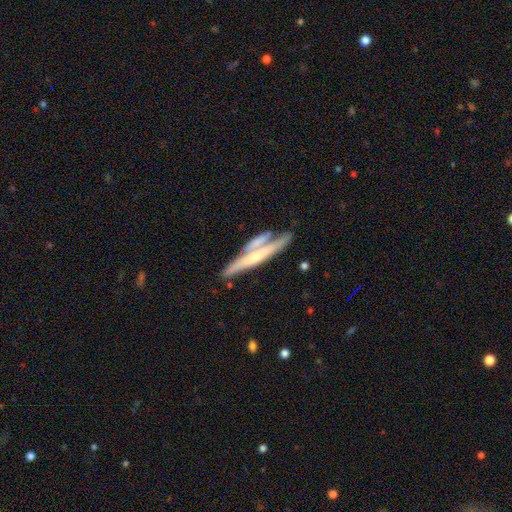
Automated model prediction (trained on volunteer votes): Overall: featured or disk (61%; smooth 33%). Edge-on disk: yes (84%). Edge-on bulge: rounded (53%; none 37%). Merging: none (44%; merger 34%).